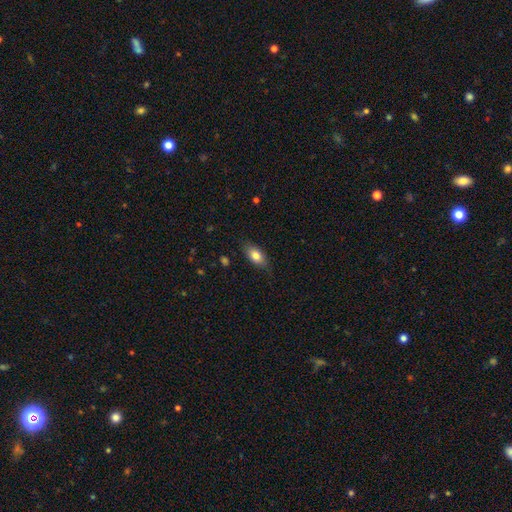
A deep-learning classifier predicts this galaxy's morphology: Q: Smooth or featured?
A: smooth (81%); runner-up: featured or disk (12%)
Q: How rounded?
A: in between (88%); runner-up: cigar-shaped (7%)
Q: Merging?
A: none (80%); runner-up: minor disturbance (16%)